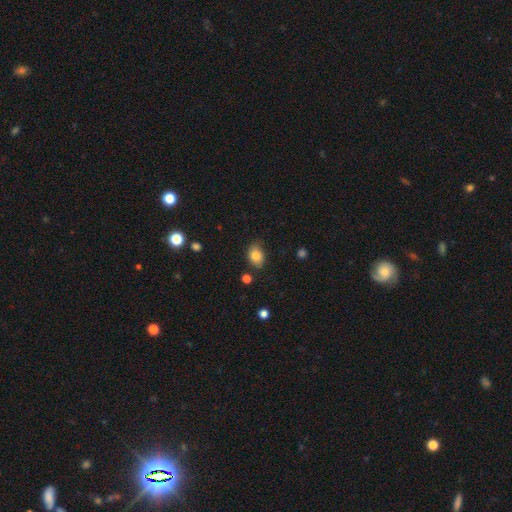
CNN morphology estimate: Smooth or featured?
  - smooth: 83% *
  - star or artifact: 9%
  - featured or disk: 8%
How rounded?
  - in between: 71% *
  - round: 28%
  - cigar-shaped: 1%
Merging?
  - none: 74% *
  - minor disturbance: 20%
  - major disturbance: 4%
  - merger: 2%